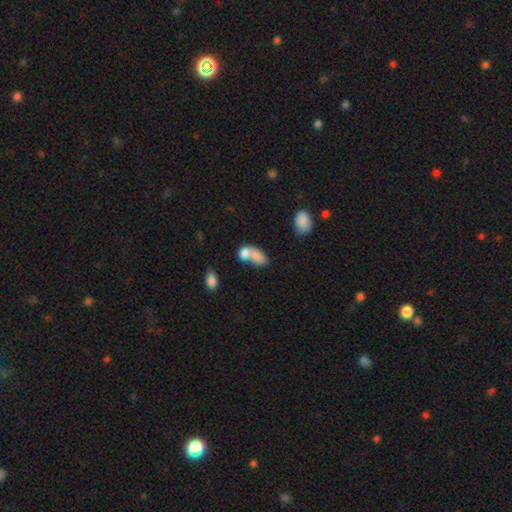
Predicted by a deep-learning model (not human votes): Smooth or featured? Predicted: smooth (p=0.76). How rounded? Predicted: in between (p=0.79). Merging? Predicted: merger (p=0.58).